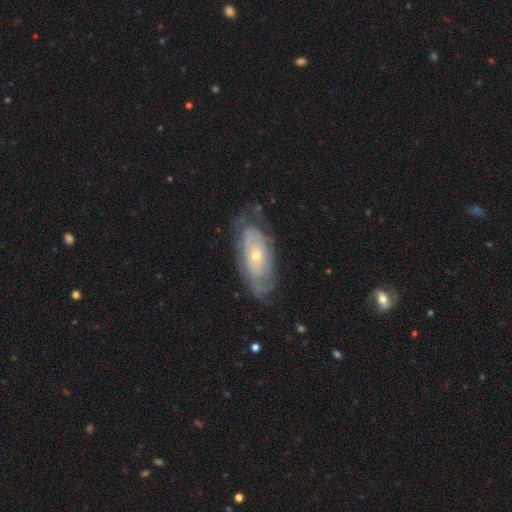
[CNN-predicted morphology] Smooth or featured? Predicted: featured or disk (p=0.67). Edge-on disk? Predicted: no (p=0.87). Bar? Predicted: no (p=0.83). Spiral arms? Predicted: yes (p=0.66). Bulge size? Predicted: small (p=0.61). Merging? Predicted: none (p=0.64).